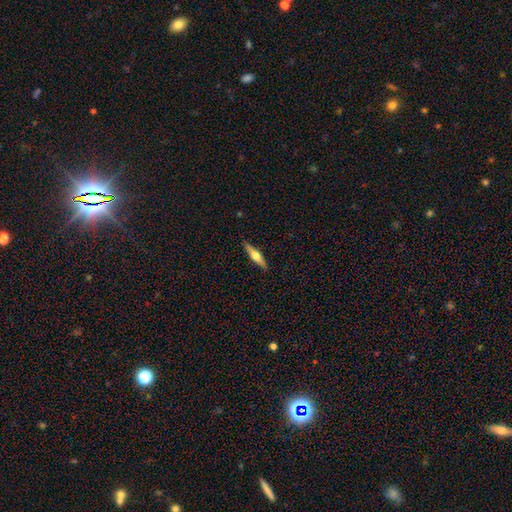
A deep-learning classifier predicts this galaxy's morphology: A featured or disk galaxy (52%) viewed edge-on (95%).

Vote fractions:
- Smooth or featured? featured or disk: 52% / smooth: 42% / star or artifact: 5%
- Edge-on disk? yes: 95% / no: 5%
- Merging? none: 88% / minor disturbance: 9% / major disturbance: 2% / merger: 1%